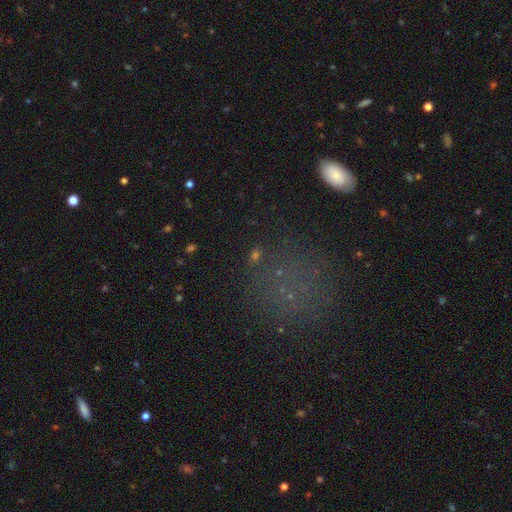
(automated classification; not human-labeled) smooth_or_featured: star or artifact (p=0.41) [alt: smooth p=0.38]